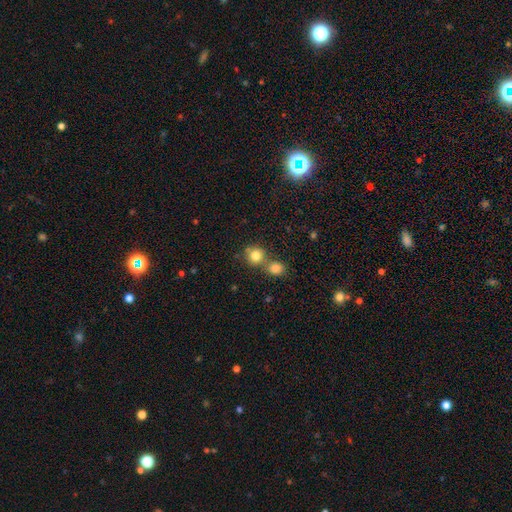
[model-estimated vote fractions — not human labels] Morphology: type=smooth (81%); roundness=round (88%); merging=none (53%).